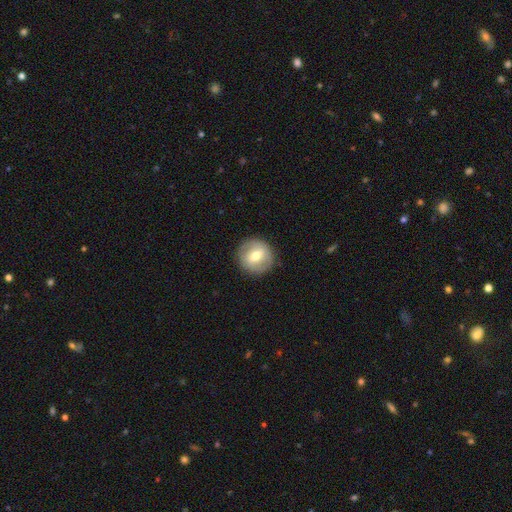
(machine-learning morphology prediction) A smooth galaxy with no disk features (56%) that is round (93%).

Vote fractions:
- Smooth or featured? smooth: 56% / featured or disk: 37% / star or artifact: 7%
- How rounded? round: 93% / in between: 6% / cigar-shaped: 1%
- Merging? none: 88% / minor disturbance: 8% / major disturbance: 3% / merger: 1%